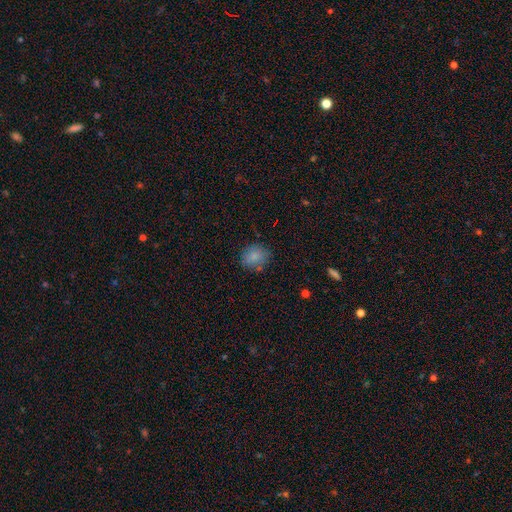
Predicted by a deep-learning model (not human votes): This appears to be a smooth galaxy with no disk features (83%) that is round (65%). Merging: none (77%).